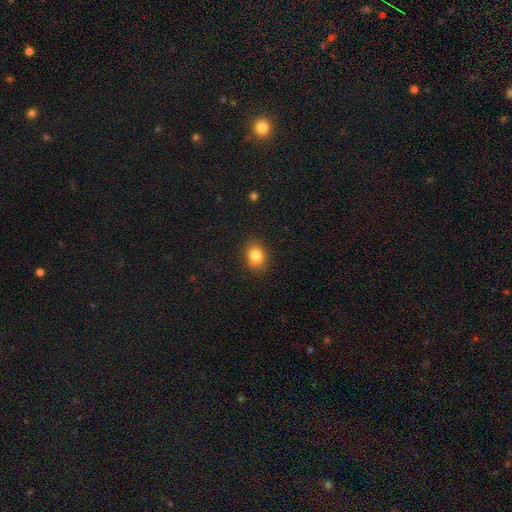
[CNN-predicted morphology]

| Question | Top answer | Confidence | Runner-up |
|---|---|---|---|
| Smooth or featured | smooth | 83% | star or artifact (10%) |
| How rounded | in between | 58% | round (41%) |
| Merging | none | 86% | minor disturbance (10%) |